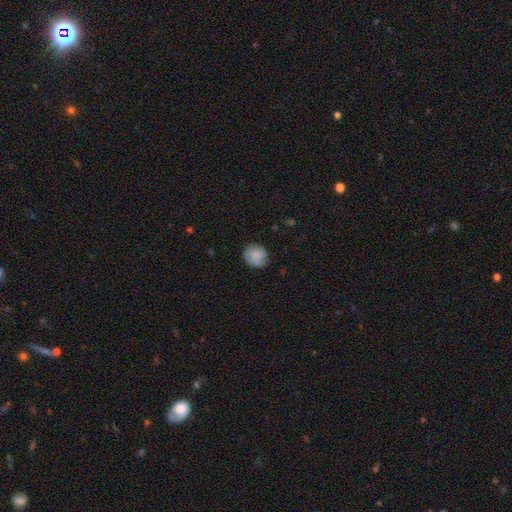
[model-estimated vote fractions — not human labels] A smooth galaxy with no disk features (82%) that is round (83%).

Vote fractions:
- Smooth or featured? smooth: 82% / featured or disk: 11% / star or artifact: 7%
- How rounded? round: 83% / in between: 16% / cigar-shaped: 1%
- Merging? none: 79% / minor disturbance: 17% / major disturbance: 3% / merger: 1%